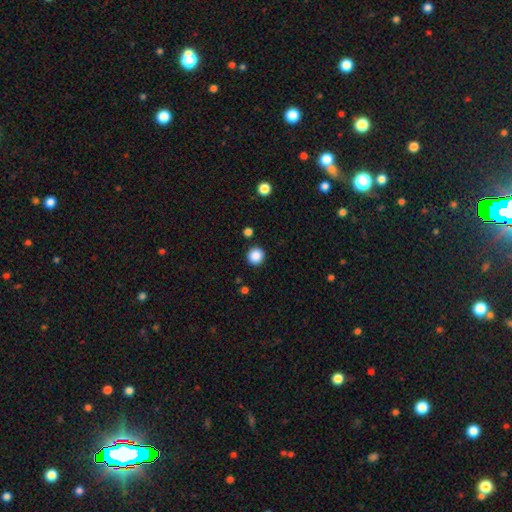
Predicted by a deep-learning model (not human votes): Smooth or featured?
  - smooth: 87% *
  - star or artifact: 10%
  - featured or disk: 3%
How rounded?
  - round: 94% *
  - in between: 5%
  - cigar-shaped: 1%
Merging?
  - none: 91% *
  - minor disturbance: 5%
  - merger: 2%
  - major disturbance: 2%